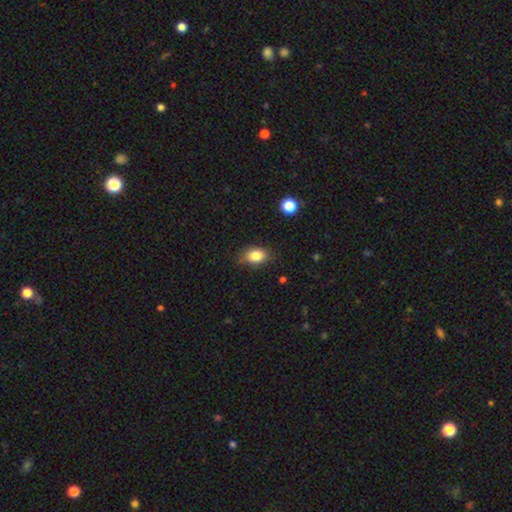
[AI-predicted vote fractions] Smooth or featured? Predicted: smooth (p=0.84). How rounded? Predicted: in between (p=0.77). Merging? Predicted: none (p=0.78).